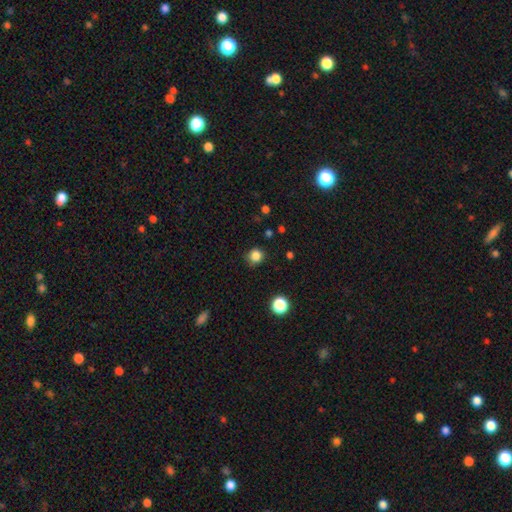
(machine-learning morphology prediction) smooth 84%, star or artifact 12%, featured or disk 3%. Down the decision tree: how rounded — round (87%); merging — none (84%).